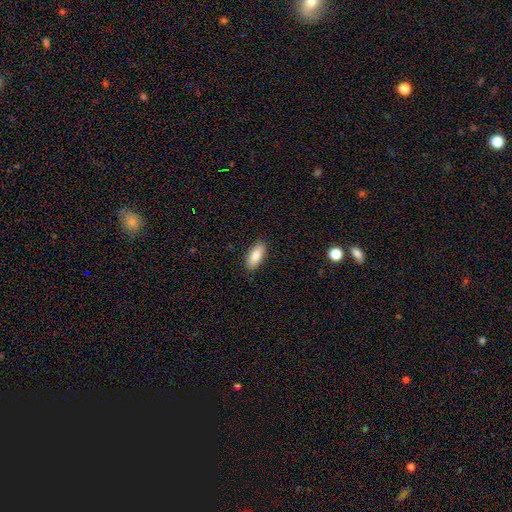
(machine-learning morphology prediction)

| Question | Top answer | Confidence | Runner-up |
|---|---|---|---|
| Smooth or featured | smooth | 84% | featured or disk (10%) |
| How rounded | in between | 77% | cigar-shaped (21%) |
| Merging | none | 87% | minor disturbance (9%) |